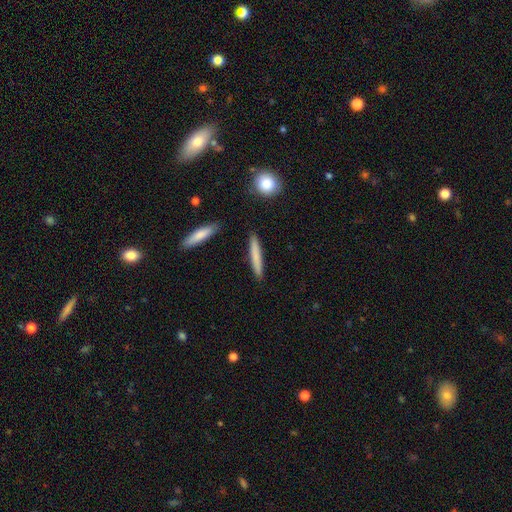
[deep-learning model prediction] Smooth or featured?
  - smooth: 74% *
  - featured or disk: 21%
  - star or artifact: 5%
How rounded?
  - cigar-shaped: 94% *
  - in between: 5%
  - round: 2%
Merging?
  - none: 90% *
  - minor disturbance: 7%
  - merger: 2%
  - major disturbance: 1%